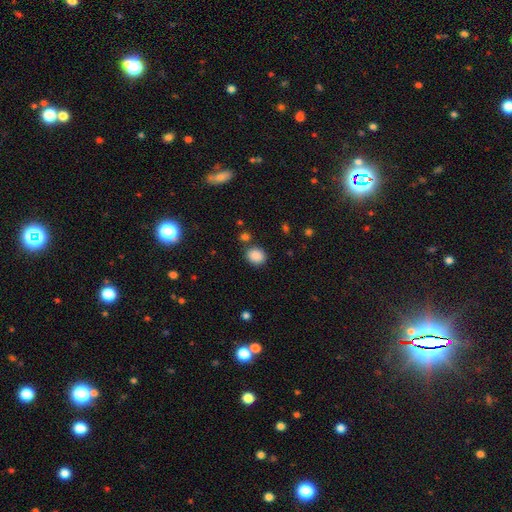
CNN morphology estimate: A smooth galaxy with no disk features (87%) that is round (62%). Merging: none (80%).